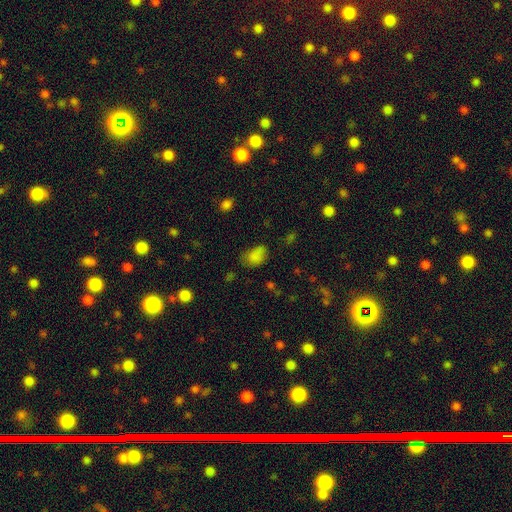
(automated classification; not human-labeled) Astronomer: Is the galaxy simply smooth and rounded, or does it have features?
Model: smooth — 79%.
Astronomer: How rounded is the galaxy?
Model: in between — 83%.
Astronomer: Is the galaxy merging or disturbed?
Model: none — 53% (runner-up: minor disturbance, 31%).